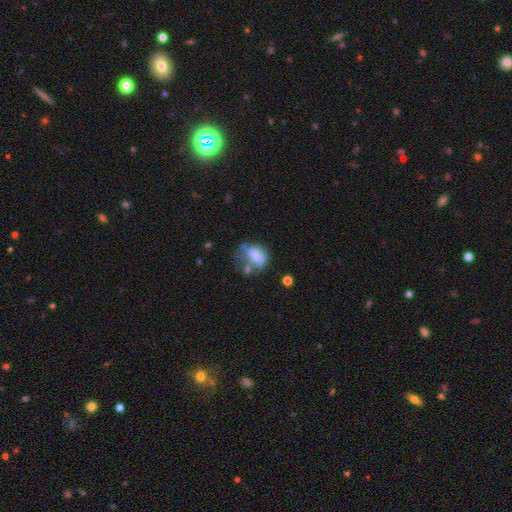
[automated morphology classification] Smooth or featured? smooth (63%)
How rounded? in between (66%)
Merging? major disturbance (30%)